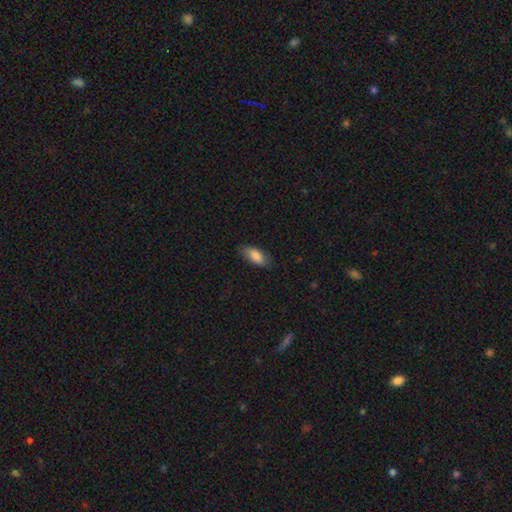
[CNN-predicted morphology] This appears to be a smooth galaxy with no disk features (85%) that is in between round and cigar-shaped (87%). Merging: none (77%).